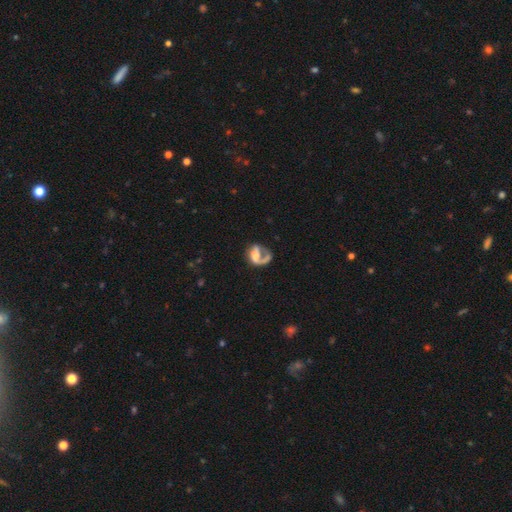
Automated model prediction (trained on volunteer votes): featured or disk 59%, smooth 32%, star or artifact 9%. Down the decision tree: edge-on disk — no (98%); bar — no (70%); spiral arms — yes (61%); bulge size — none (42%); merging — major disturbance (43%).